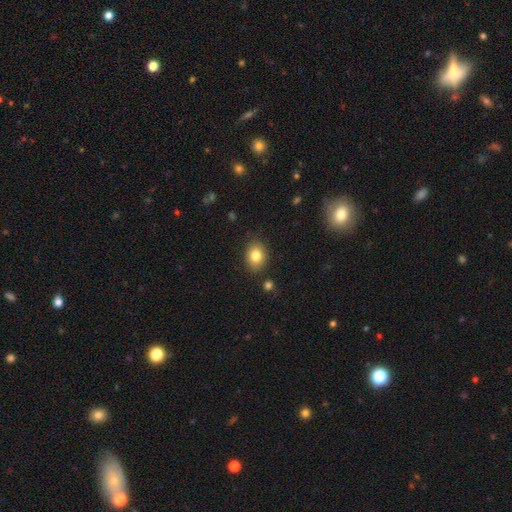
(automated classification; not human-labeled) Morphology: type=smooth (82%); roundness=in between (57%); merging=none (85%).